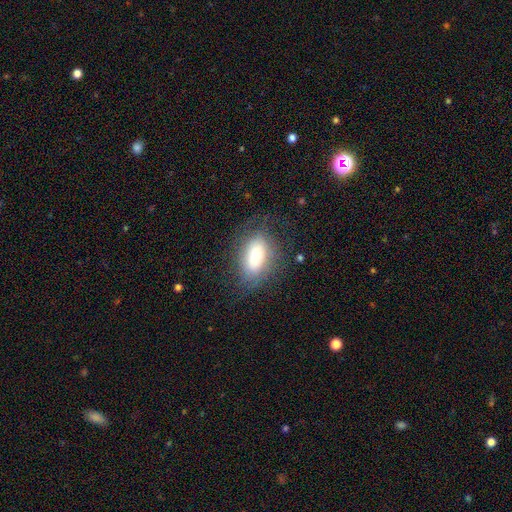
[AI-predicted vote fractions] Morphology: type=smooth (66%); roundness=in between (88%); merging=none (69%).